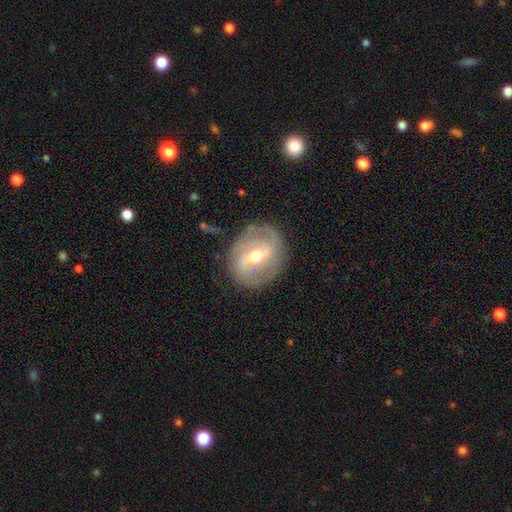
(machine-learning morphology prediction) Smooth or featured? featured or disk (80%)
Edge-on disk? no (95%)
Bar? strong (44%)
Spiral arms? yes (81%)
Spiral winding? tight (48%)
Spiral arm count? 2 (62%)
Bulge size? moderate (66%)
Merging? none (79%)